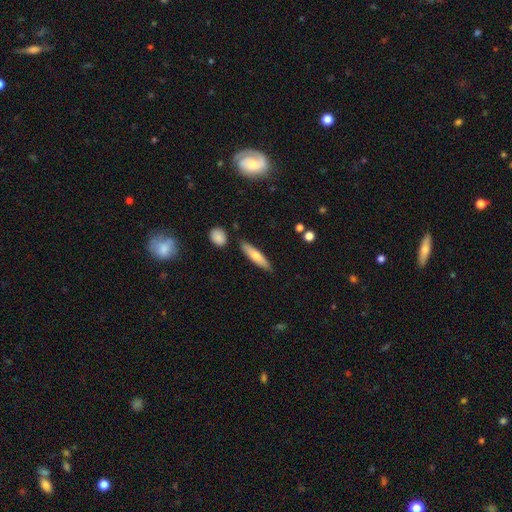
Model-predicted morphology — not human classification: Smooth or featured: smooth — 65% (featured or disk — 29%)
How rounded: cigar-shaped — 78% (in between — 20%)
Merging: none — 83% (minor disturbance — 11%)